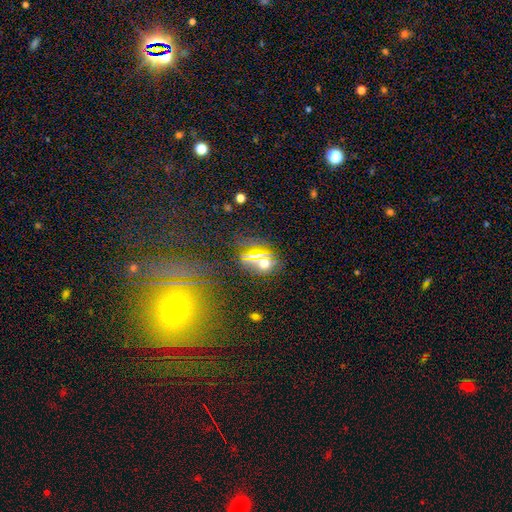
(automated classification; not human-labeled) This is possibly a star or artifact rather than a galaxy (59%).